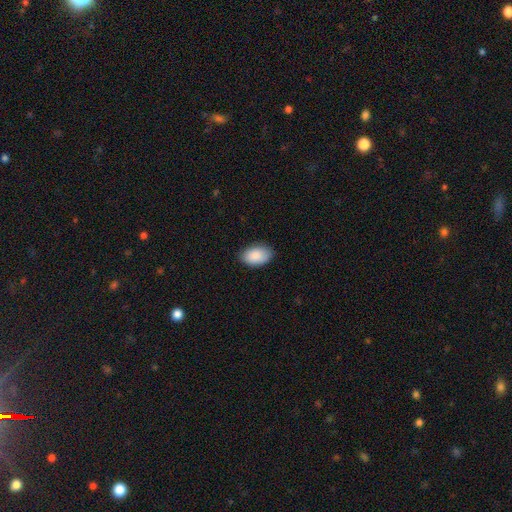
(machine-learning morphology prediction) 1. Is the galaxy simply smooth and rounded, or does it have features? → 89% smooth, 6% star or artifact, 4% featured or disk.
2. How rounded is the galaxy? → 92% in between, 7% round, 1% cigar-shaped.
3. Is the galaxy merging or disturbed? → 84% none, 13% minor disturbance, 2% major disturbance, 1% merger.